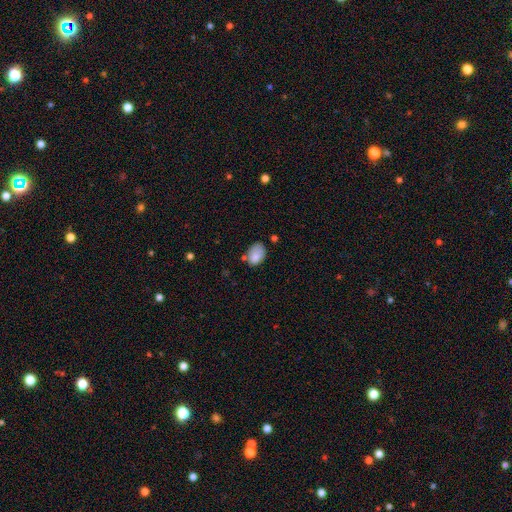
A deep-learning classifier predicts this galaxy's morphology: Smooth or featured?
  - smooth: 82% *
  - featured or disk: 10%
  - star or artifact: 8%
How rounded?
  - in between: 83% *
  - round: 15%
  - cigar-shaped: 1%
Merging?
  - none: 52% *
  - minor disturbance: 31%
  - merger: 9%
  - major disturbance: 8%